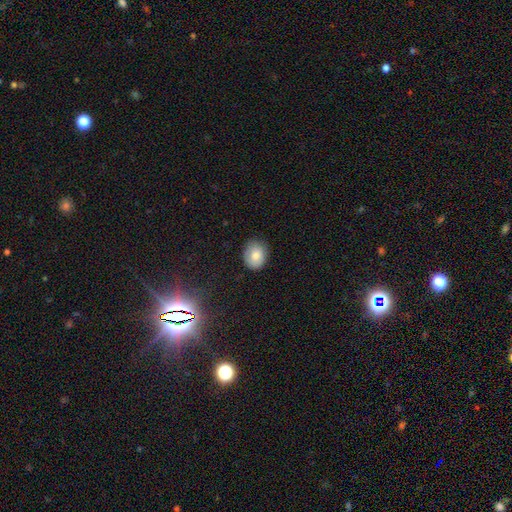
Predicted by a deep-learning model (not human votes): smooth-or-featured: smooth: 80% | featured or disk: 11% | star or artifact: 9%
  how-rounded: in between: 50% | round: 49% | cigar-shaped: 1%
  merging: none: 79% | minor disturbance: 17% | major disturbance: 3% | merger: 1%